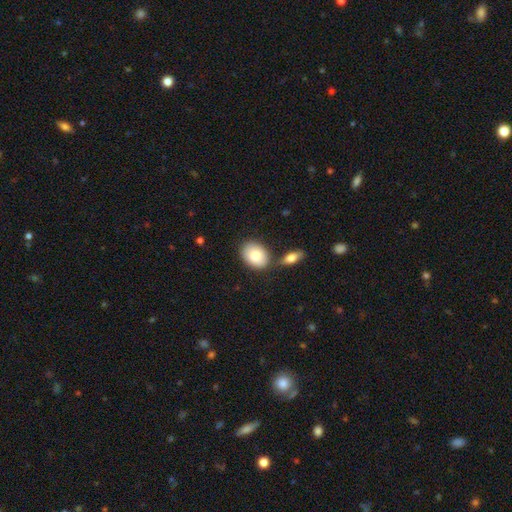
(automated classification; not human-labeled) Smooth or featured?
  - smooth: 81% *
  - featured or disk: 13%
  - star or artifact: 6%
How rounded?
  - in between: 78% *
  - round: 21%
  - cigar-shaped: 1%
Merging?
  - none: 67% *
  - merger: 18%
  - minor disturbance: 12%
  - major disturbance: 3%